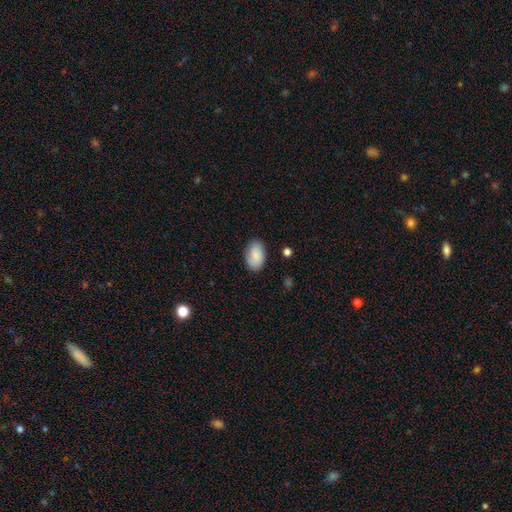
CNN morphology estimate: smooth-or-featured: smooth: 83% | featured or disk: 10% | star or artifact: 7%
  how-rounded: in between: 91% | round: 8% | cigar-shaped: 1%
  merging: none: 80% | minor disturbance: 15% | major disturbance: 3% | merger: 1%